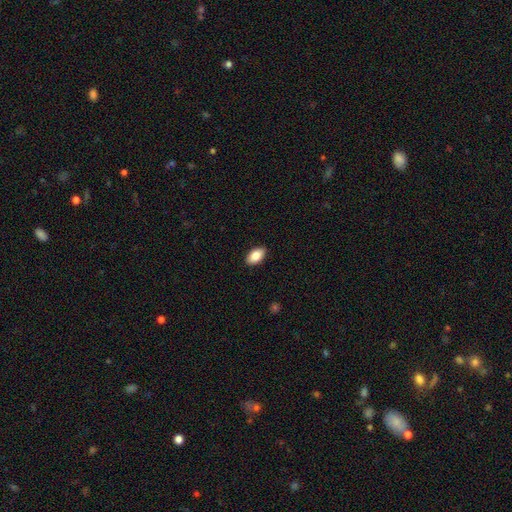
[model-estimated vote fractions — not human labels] This is clearly a smooth galaxy (86%). How rounded: clearly in between (93%). Merging: clearly none (89%).